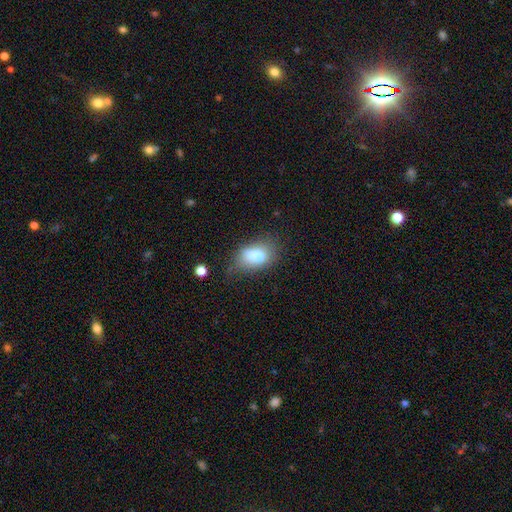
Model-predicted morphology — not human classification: The model was most divided on "merging": none: 48%, minor disturbance: 32%, major disturbance: 15%, merger: 5%. More confident: how rounded — in between (86%); smooth or featured — smooth (78%).